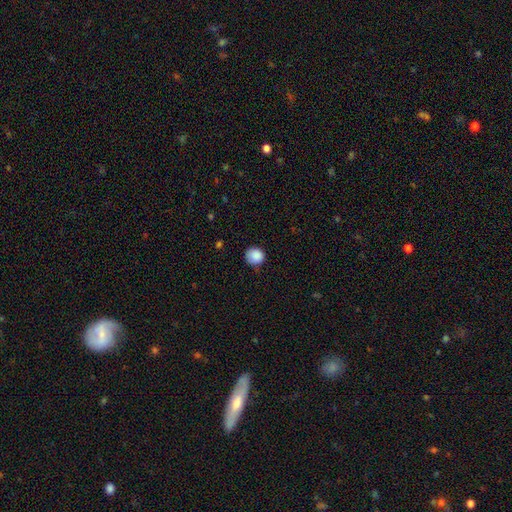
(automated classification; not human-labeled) This appears to be a smooth galaxy with no disk features (88%) that is round (88%). Merging: none (77%).